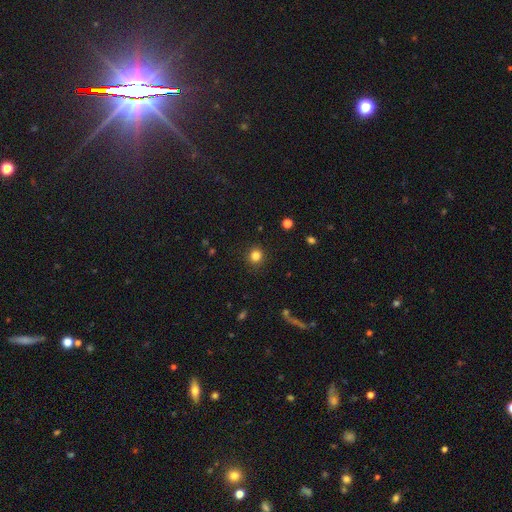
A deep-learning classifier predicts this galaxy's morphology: smooth 83%, star or artifact 12%, featured or disk 5%. Down the decision tree: how rounded — round (88%); merging — none (90%).